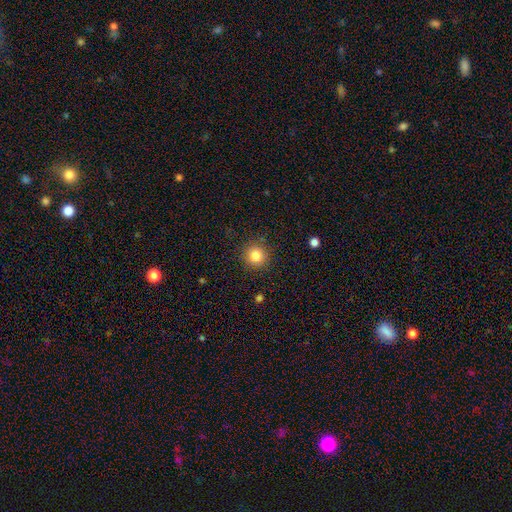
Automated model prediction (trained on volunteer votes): The model was most divided on "smooth or featured": smooth: 83%, star or artifact: 11%, featured or disk: 6%. More confident: how rounded — round (94%); merging — none (90%).